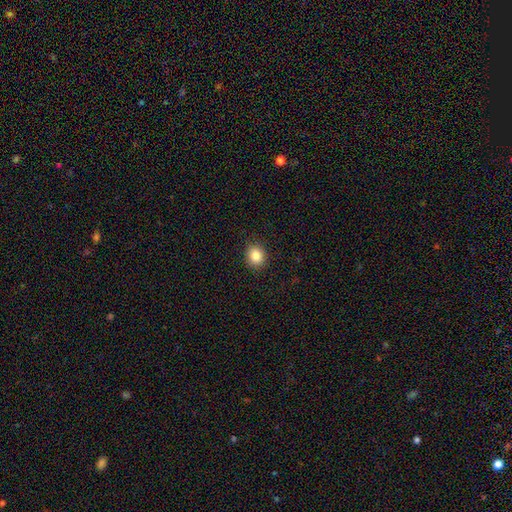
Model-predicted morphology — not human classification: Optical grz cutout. It shows a smooth galaxy with no disk features (85%) that is round (70%). Merging: none (90%).